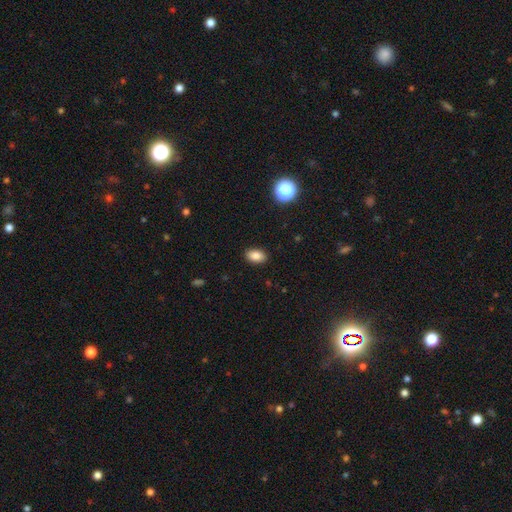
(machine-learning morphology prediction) A smooth galaxy with no disk features (86%) that is in between round and cigar-shaped (88%). Merging: none (89%).